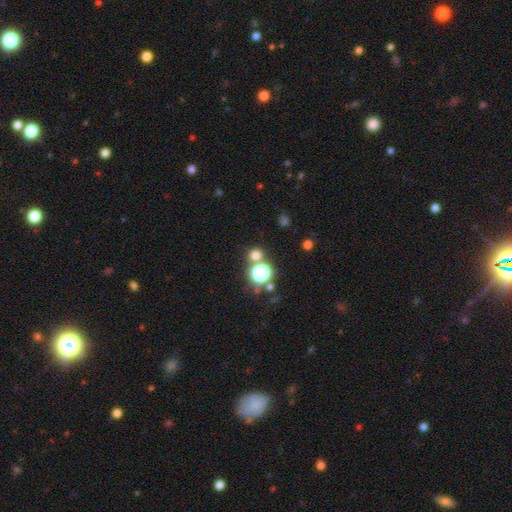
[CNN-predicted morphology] A smooth galaxy with no disk features (64%) that is round (88%).

Vote fractions:
- Smooth or featured? smooth: 64% / star or artifact: 30% / featured or disk: 6%
- How rounded? round: 88% / in between: 11% / cigar-shaped: 1%
- Merging? none: 71% / merger: 18% / minor disturbance: 7% / major disturbance: 4%